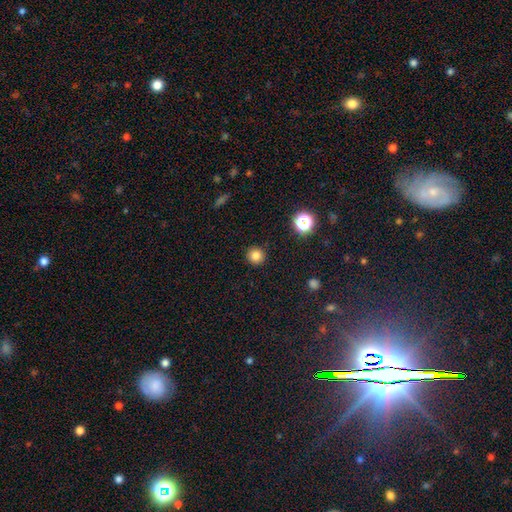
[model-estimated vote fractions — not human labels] Smooth or featured?
  - smooth: 80% *
  - star or artifact: 14%
  - featured or disk: 5%
How rounded?
  - round: 93% *
  - in between: 6%
  - cigar-shaped: 1%
Merging?
  - none: 91% *
  - minor disturbance: 5%
  - major disturbance: 2%
  - merger: 1%